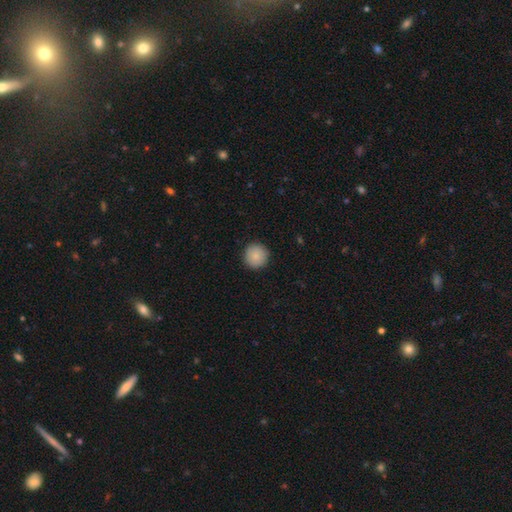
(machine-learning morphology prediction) Overall: smooth (87%). How rounded: round (95%). Merging: none (91%).